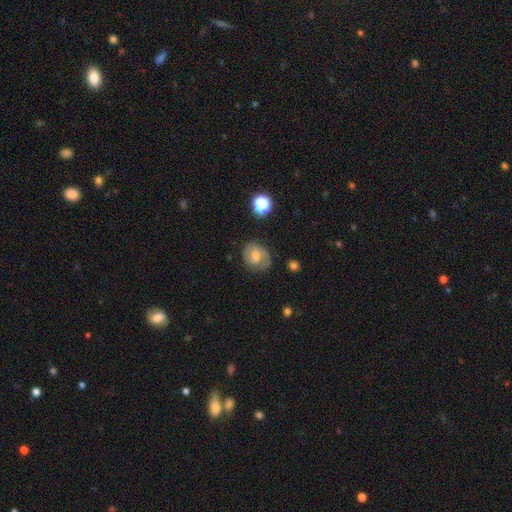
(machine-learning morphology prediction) smooth 55%, featured or disk 34%, star or artifact 11%. Down the decision tree: how rounded — round (59%); merging — none (66%).